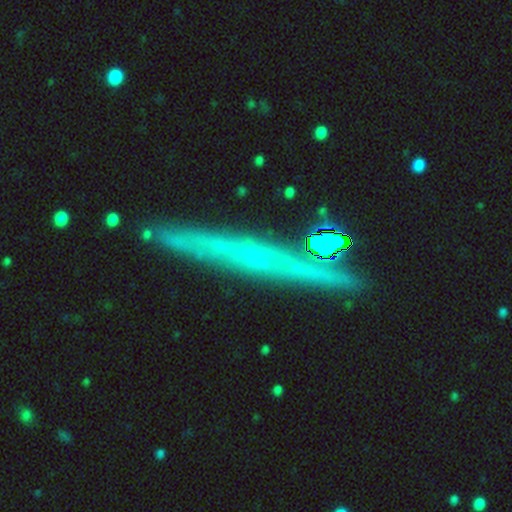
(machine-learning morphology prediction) Smooth or featured: featured or disk — 57% (smooth — 30%)
Edge-on disk: yes — 93% (no — 7%)
Edge-on bulge: none — 82% (rounded — 13%)
Merging: none — 83% (minor disturbance — 11%)